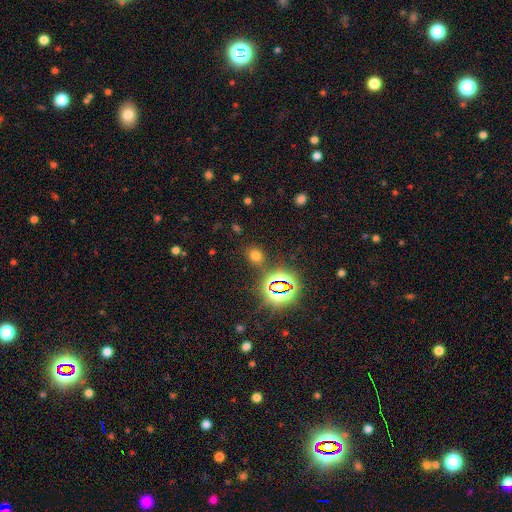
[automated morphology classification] Smooth or featured? Predicted: smooth (p=0.59). How rounded? Predicted: round (p=0.64). Merging? Predicted: none (p=0.81).